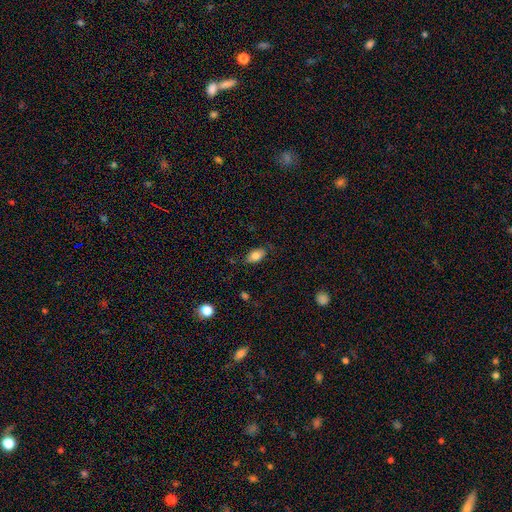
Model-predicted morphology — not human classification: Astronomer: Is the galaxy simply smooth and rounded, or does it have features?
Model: smooth — 80%.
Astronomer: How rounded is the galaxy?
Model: in between — 90%.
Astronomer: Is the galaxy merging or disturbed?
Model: none — 79%.